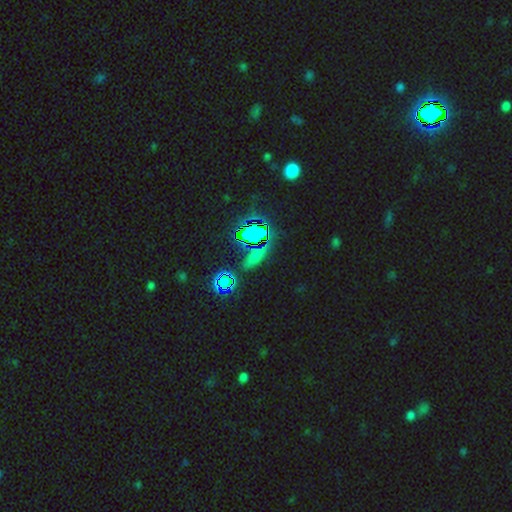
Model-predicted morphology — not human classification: This is possibly a star or artifact rather than a galaxy (57%).